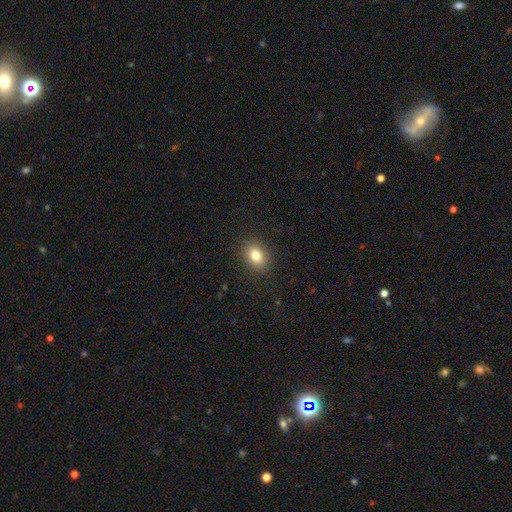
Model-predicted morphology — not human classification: Smooth or featured? Predicted: smooth (p=0.82). How rounded? Predicted: in between (p=0.65). Merging? Predicted: none (p=0.89).